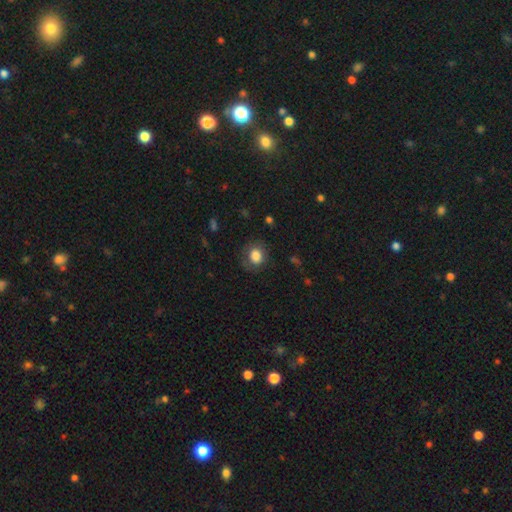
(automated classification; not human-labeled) Smooth or featured?
  - smooth: 81% *
  - featured or disk: 10%
  - star or artifact: 9%
How rounded?
  - round: 64% *
  - in between: 35%
  - cigar-shaped: 1%
Merging?
  - none: 72% *
  - minor disturbance: 18%
  - major disturbance: 9%
  - merger: 1%